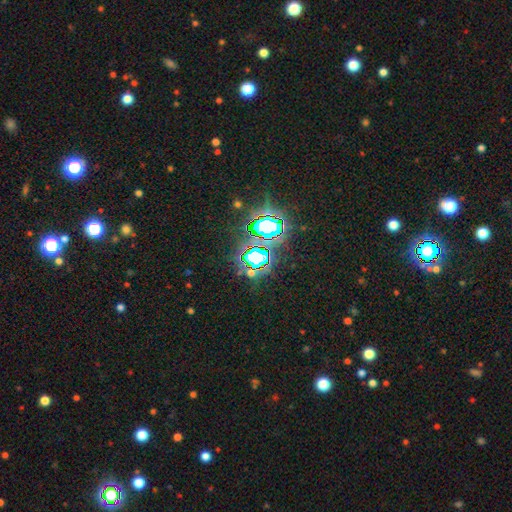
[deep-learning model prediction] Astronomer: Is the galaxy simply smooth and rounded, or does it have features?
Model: star or artifact — 76%.